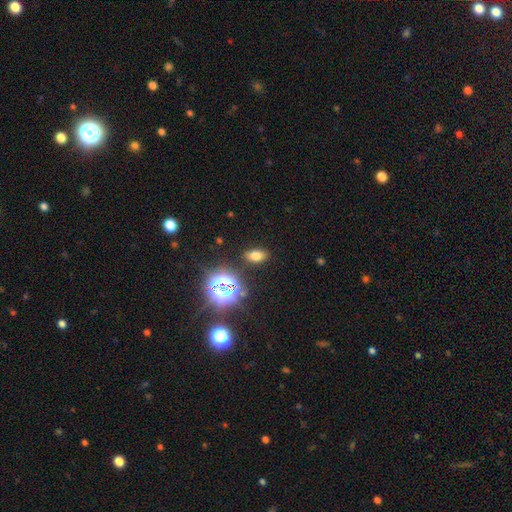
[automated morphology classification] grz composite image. It shows a smooth galaxy with no disk features (66%) that is in between round and cigar-shaped (83%). Merging: none (86%).